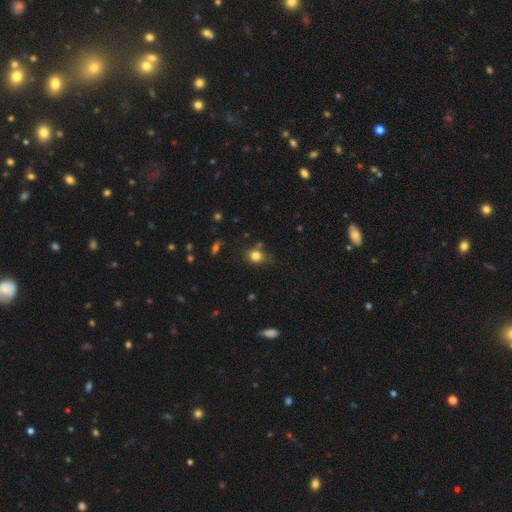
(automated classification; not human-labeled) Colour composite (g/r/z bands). It shows a smooth galaxy with no disk features (80%) that is round (58%). Merging: none (69%).